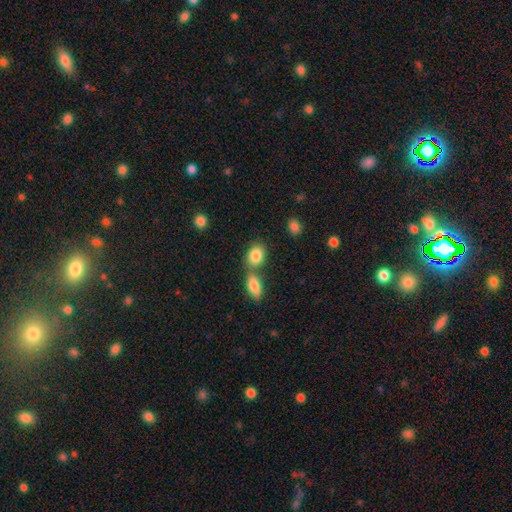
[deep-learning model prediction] Smooth or featured?
  - smooth: 84% *
  - star or artifact: 8%
  - featured or disk: 8%
How rounded?
  - in between: 67% *
  - round: 31%
  - cigar-shaped: 2%
Merging?
  - none: 46% *
  - merger: 40%
  - minor disturbance: 10%
  - major disturbance: 3%